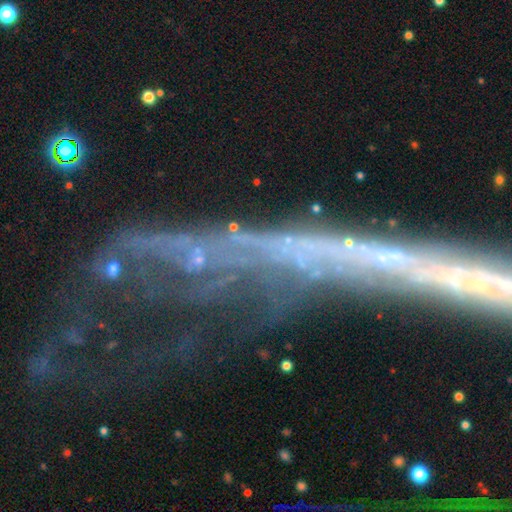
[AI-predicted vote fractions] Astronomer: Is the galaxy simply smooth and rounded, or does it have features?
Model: featured or disk — 52% (runner-up: star or artifact, 31%).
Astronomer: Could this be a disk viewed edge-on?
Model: no — 51% (runner-up: yes, 49%).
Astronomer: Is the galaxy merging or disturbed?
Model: none — 40% (runner-up: major disturbance, 27%).